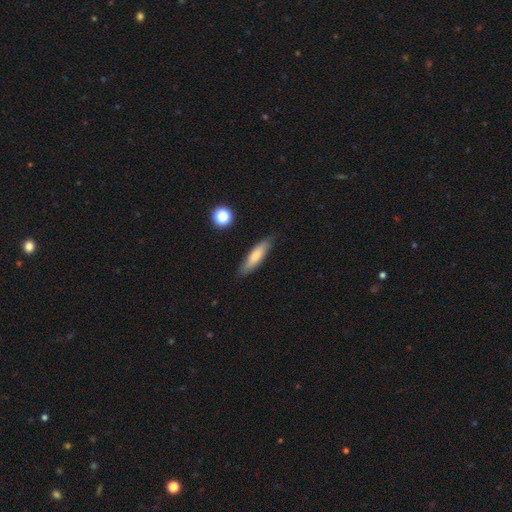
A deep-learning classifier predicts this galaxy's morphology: Smooth or featured: smooth — 73% (featured or disk — 20%)
How rounded: cigar-shaped — 72% (in between — 26%)
Merging: none — 85% (minor disturbance — 11%)